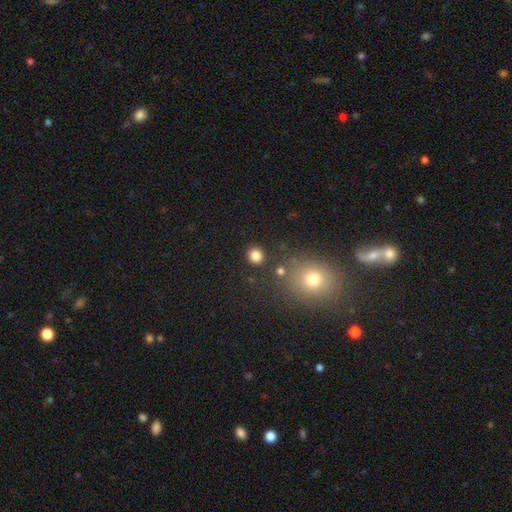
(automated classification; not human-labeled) A smooth galaxy with no disk features (83%) that is round (90%).

Vote fractions:
- Smooth or featured? smooth: 83% / star or artifact: 13% / featured or disk: 5%
- How rounded? round: 90% / in between: 10% / cigar-shaped: 1%
- Merging? none: 86% / minor disturbance: 7% / merger: 4% / major disturbance: 3%